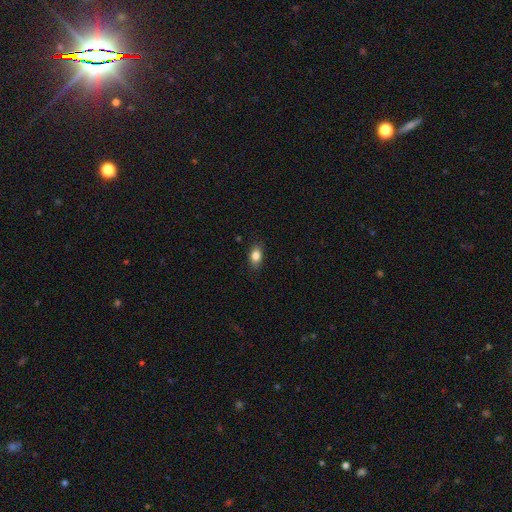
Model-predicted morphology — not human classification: Smooth or featured: smooth — 83% (star or artifact — 8%)
How rounded: in between — 85% (round — 12%)
Merging: none — 86% (minor disturbance — 11%)